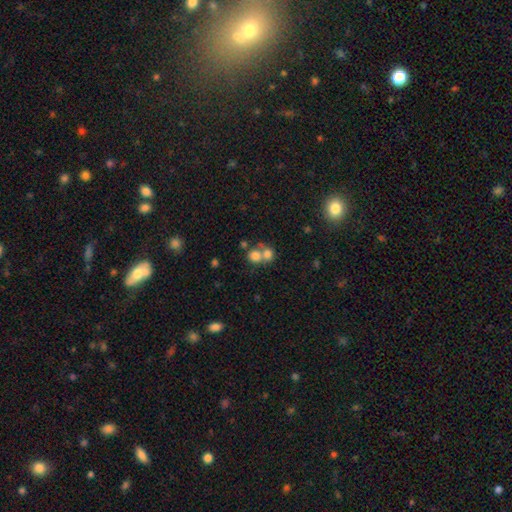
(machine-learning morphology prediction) Smooth or featured: smooth — 74% (featured or disk — 14%)
How rounded: round — 79% (in between — 20%)
Merging: merger — 56% (none — 35%)